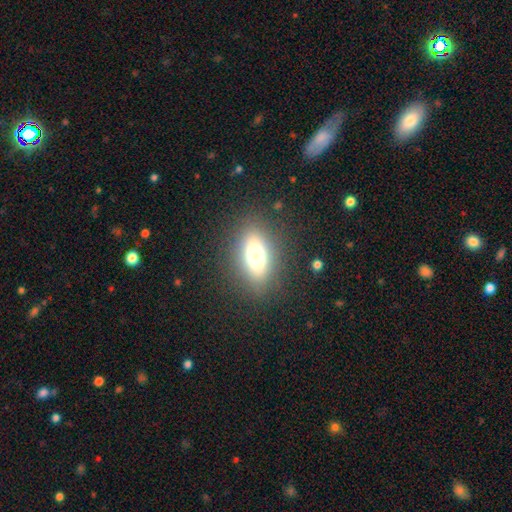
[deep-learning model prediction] smooth_or_featured: smooth (p=0.62) [alt: featured or disk p=0.23]
how_rounded: in between (p=0.72) [alt: round p=0.19]
merging: none (p=0.85) [alt: minor disturbance p=0.09]